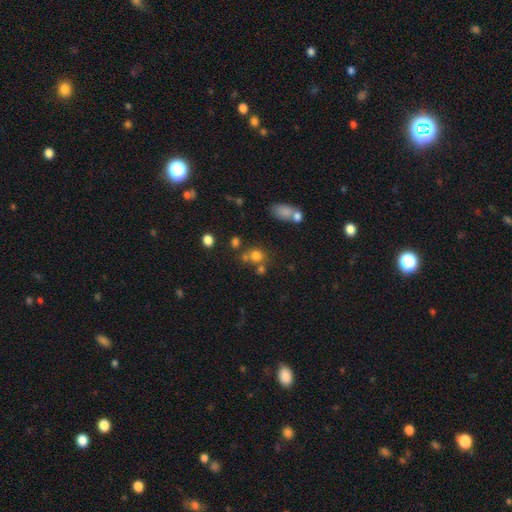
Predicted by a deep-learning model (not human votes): A smooth galaxy with no disk features (72%) that is round (76%). Merging: none (53%).